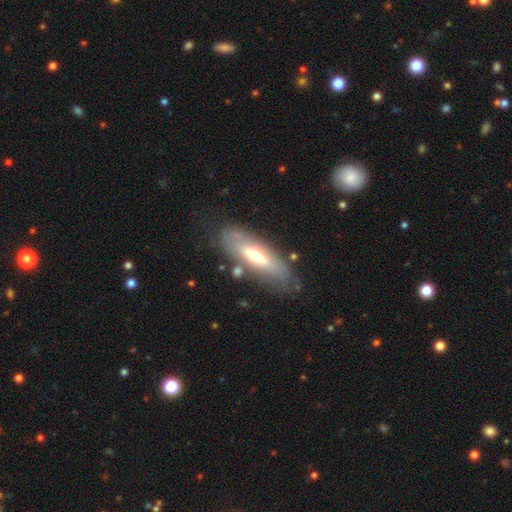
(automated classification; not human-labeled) This appears to be a featured or disk galaxy (47%, tied with smooth). Merging: none (73%).